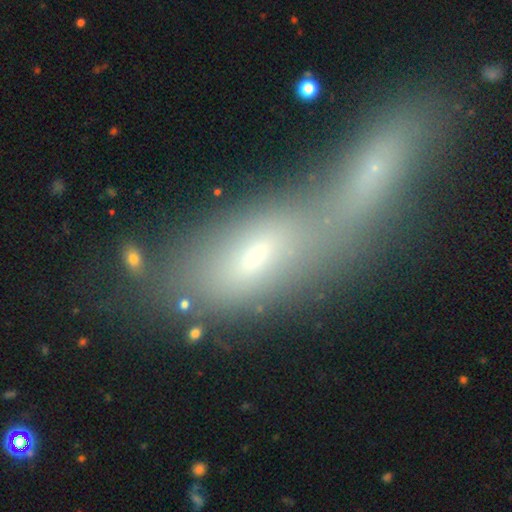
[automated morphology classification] Smooth or featured? smooth (62%)
How rounded? in between (73%)
Merging? none (47%)